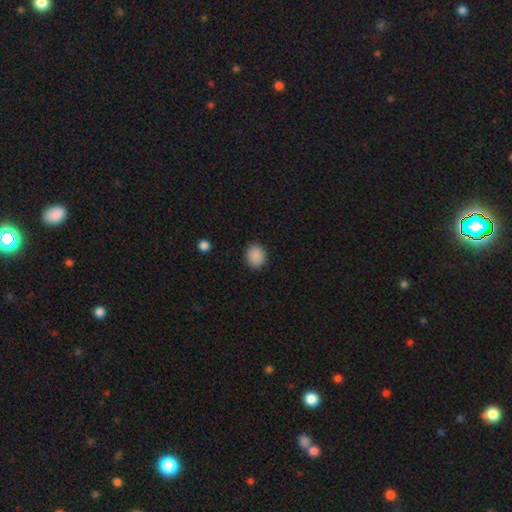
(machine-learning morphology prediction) smooth_or_featured: smooth (p=0.89) [alt: star or artifact p=0.09]
how_rounded: round (p=0.68) [alt: in between p=0.31]
merging: none (p=0.90) [alt: minor disturbance p=0.07]